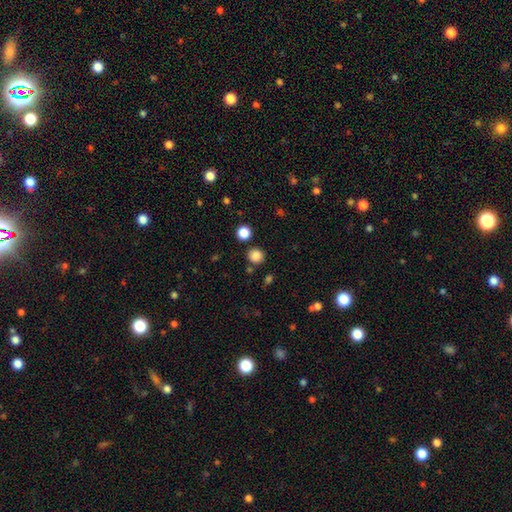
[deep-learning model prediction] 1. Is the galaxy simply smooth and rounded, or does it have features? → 85% smooth, 12% star or artifact, 3% featured or disk.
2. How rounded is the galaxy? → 90% round, 9% in between, 1% cigar-shaped.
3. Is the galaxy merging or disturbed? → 84% none, 8% minor disturbance, 5% merger, 3% major disturbance.